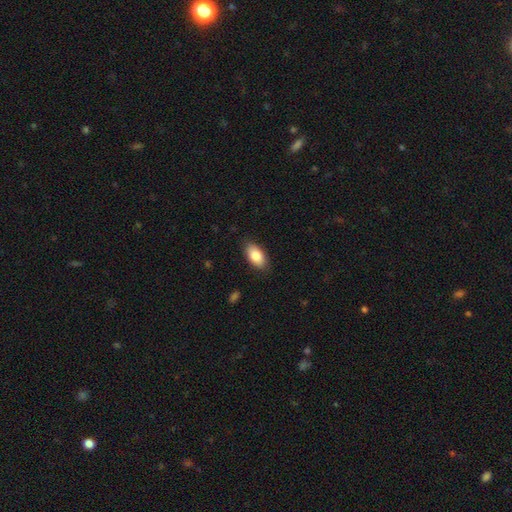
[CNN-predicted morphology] A smooth galaxy with no disk features (84%) that is in between round and cigar-shaped (93%). Merging: none (86%).